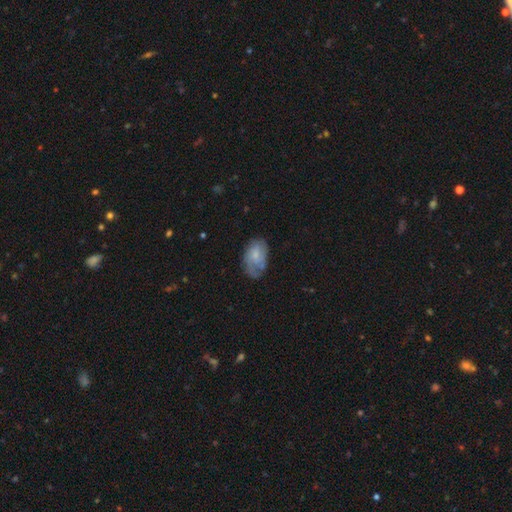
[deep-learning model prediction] The model was most divided on "smooth or featured": smooth: 49%, featured or disk: 44%, star or artifact: 7%. More confident: merging — none (53%).